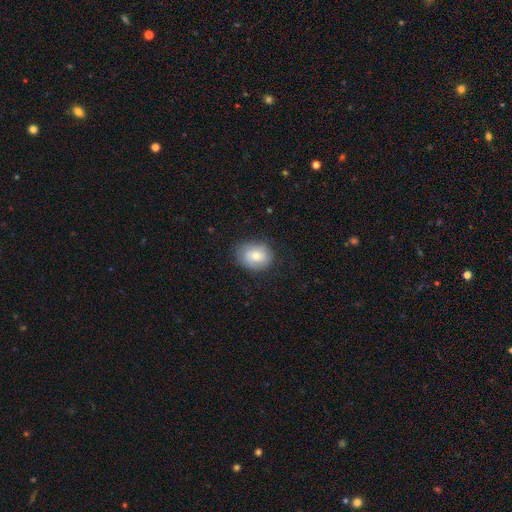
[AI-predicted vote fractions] smooth-or-featured: smooth: 68% | featured or disk: 25% | star or artifact: 7%
  how-rounded: round: 50% | in between: 49% | cigar-shaped: 1%
  merging: none: 74% | minor disturbance: 19% | major disturbance: 5% | merger: 1%